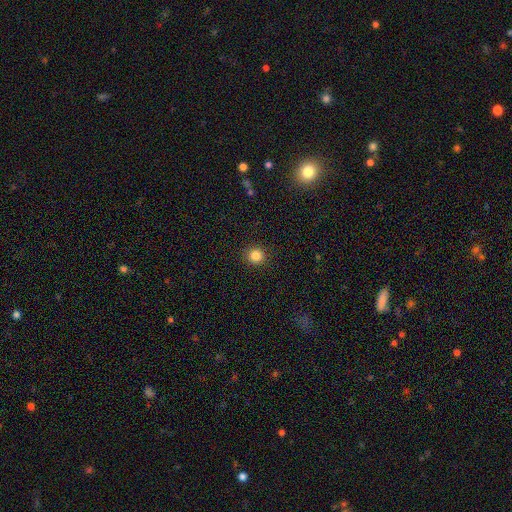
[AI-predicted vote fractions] Smooth or featured? Predicted: smooth (p=0.84). How rounded? Predicted: round (p=0.93). Merging? Predicted: none (p=0.91).